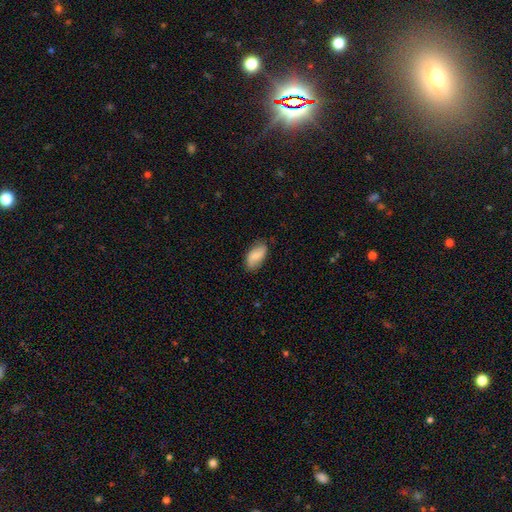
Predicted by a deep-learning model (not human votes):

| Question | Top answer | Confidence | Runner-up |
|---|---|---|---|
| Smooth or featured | smooth | 72% | featured or disk (21%) |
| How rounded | in between | 93% | cigar-shaped (4%) |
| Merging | none | 79% | minor disturbance (17%) |